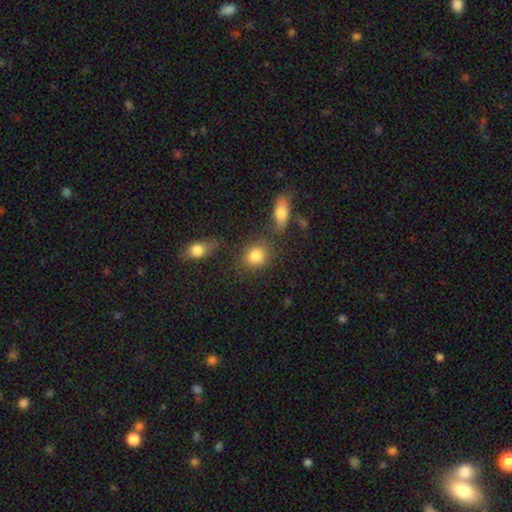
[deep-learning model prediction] The model was most divided on "how rounded": round: 60%, in between: 39%, cigar-shaped: 2%. More confident: smooth or featured — smooth (83%); merging — none (68%).